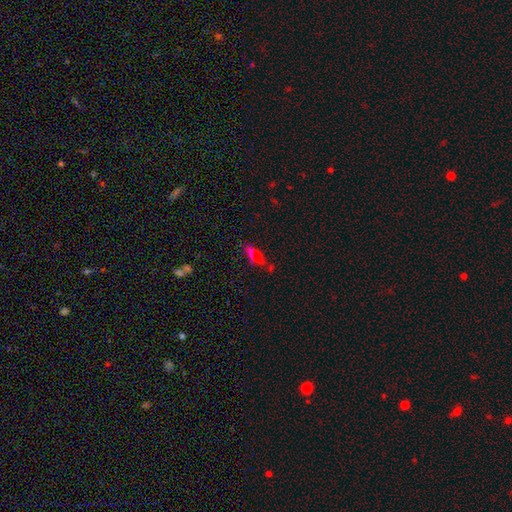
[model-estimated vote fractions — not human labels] Morphology: type=smooth (48%); merging=none (66%).